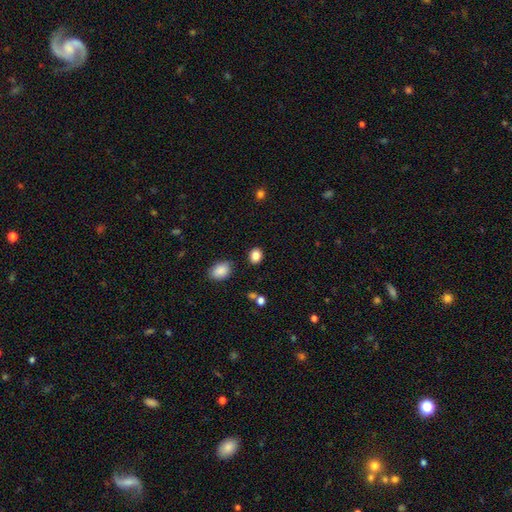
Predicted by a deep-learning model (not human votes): Smooth or featured: smooth — 85% (star or artifact — 10%)
How rounded: round — 52% (in between — 46%)
Merging: none — 85% (minor disturbance — 10%)